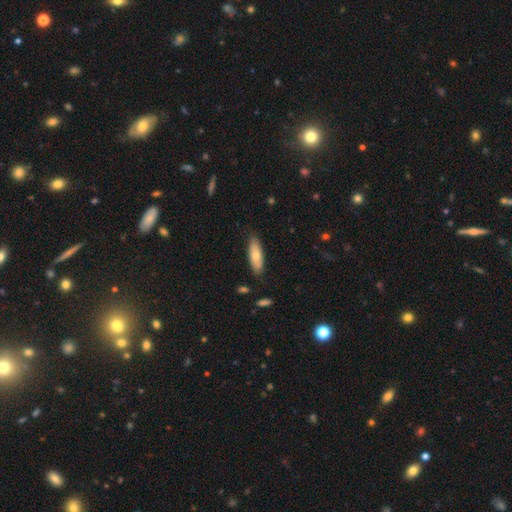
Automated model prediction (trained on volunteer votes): Q: Smooth or featured?
A: smooth (70%); runner-up: featured or disk (24%)
Q: How rounded?
A: in between (59%); runner-up: cigar-shaped (39%)
Q: Merging?
A: none (82%); runner-up: minor disturbance (14%)